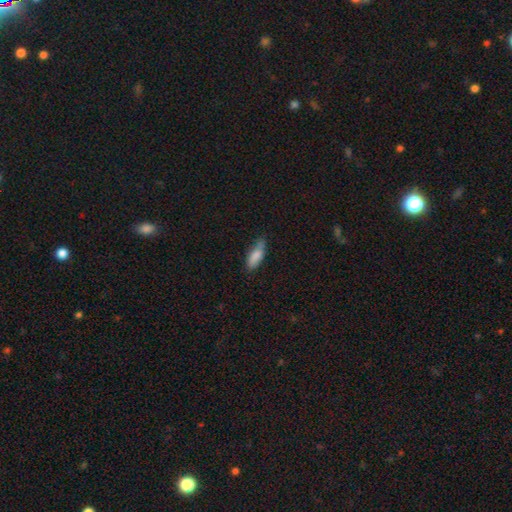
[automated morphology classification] Q: Smooth or featured?
A: smooth (83%); runner-up: featured or disk (10%)
Q: How rounded?
A: in between (65%); runner-up: cigar-shaped (33%)
Q: Merging?
A: none (64%); runner-up: minor disturbance (29%)